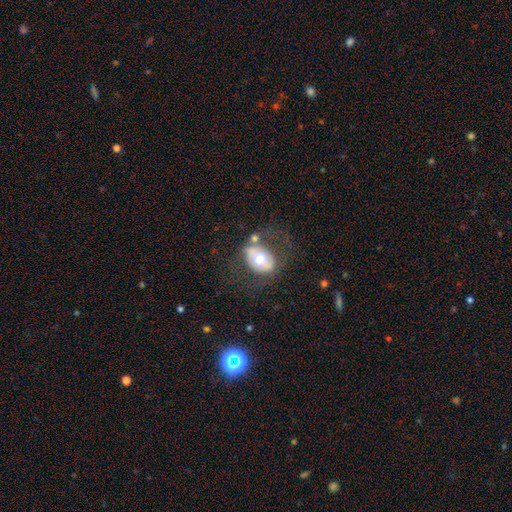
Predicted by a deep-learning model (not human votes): This is possibly a featured or disk galaxy (49%). Merging: possibly none (56%).